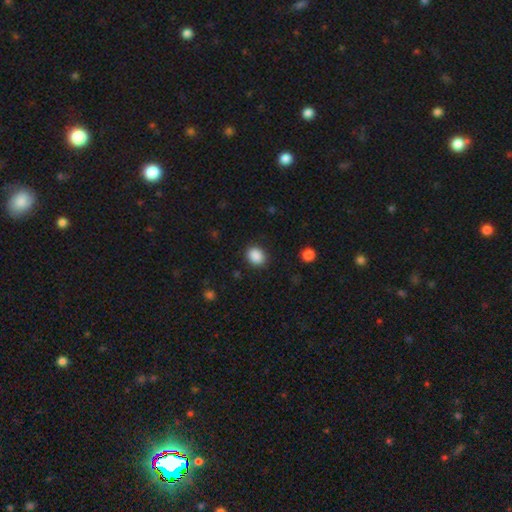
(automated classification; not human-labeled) Smooth or featured: smooth — 89% (star or artifact — 9%)
How rounded: round — 53% (in between — 46%)
Merging: none — 88% (minor disturbance — 8%)